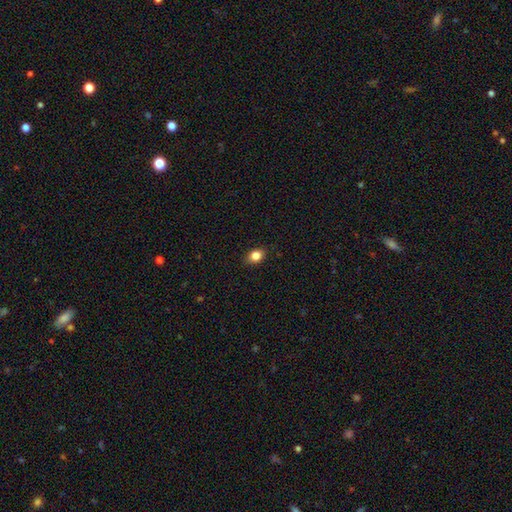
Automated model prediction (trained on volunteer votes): The model was most divided on "how rounded": in between: 66%, round: 32%, cigar-shaped: 1%. More confident: merging — none (88%); smooth or featured — smooth (84%).